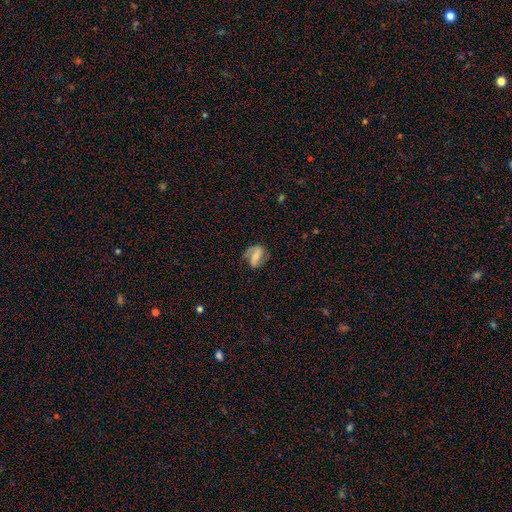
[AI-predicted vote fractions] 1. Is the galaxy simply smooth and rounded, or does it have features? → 65% featured or disk, 27% smooth, 8% star or artifact.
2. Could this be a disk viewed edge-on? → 96% no, 4% yes.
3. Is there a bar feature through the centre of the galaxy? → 53% strong, 30% weak, 17% no.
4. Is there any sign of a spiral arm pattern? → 87% yes, 13% no.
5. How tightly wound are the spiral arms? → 40% medium, 39% loose, 21% tight.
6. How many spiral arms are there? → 82% 2, 10% 1, 5% can't tell, 1% 3, 1% 4, 1% more than 4.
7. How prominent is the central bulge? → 37% small, 28% none, 26% moderate, 7% large, 2% dominant.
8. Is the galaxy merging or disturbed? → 68% none, 20% minor disturbance, 11% major disturbance, 2% merger.